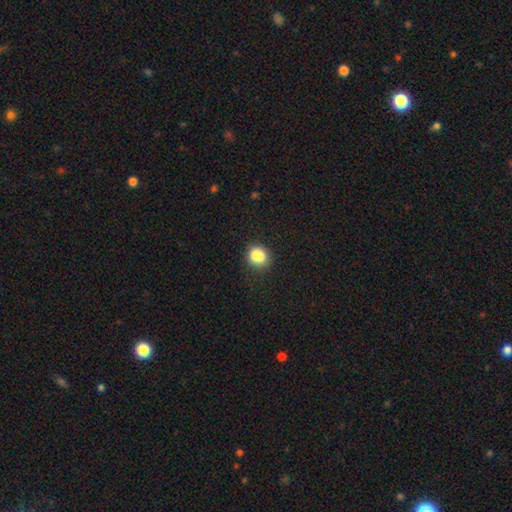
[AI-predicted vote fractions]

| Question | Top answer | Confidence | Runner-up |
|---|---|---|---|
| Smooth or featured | smooth | 81% | star or artifact (10%) |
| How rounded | round | 71% | in between (28%) |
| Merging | none | 62% | minor disturbance (17%) |